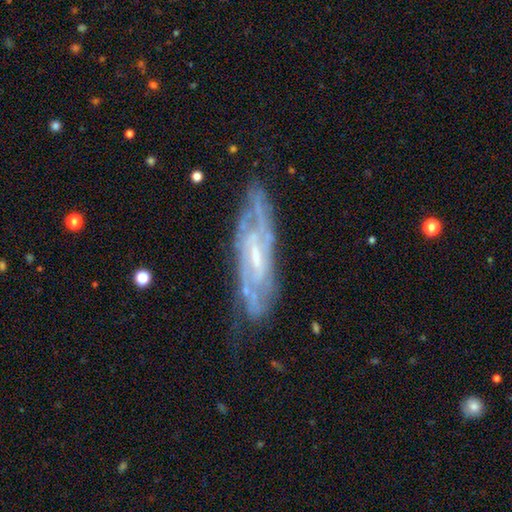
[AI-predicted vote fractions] A featured or disk galaxy (84%) with a weak bar (45%), tight (58%) spiral arms (93%) and a small central bulge (64%). Merging: none (73%).